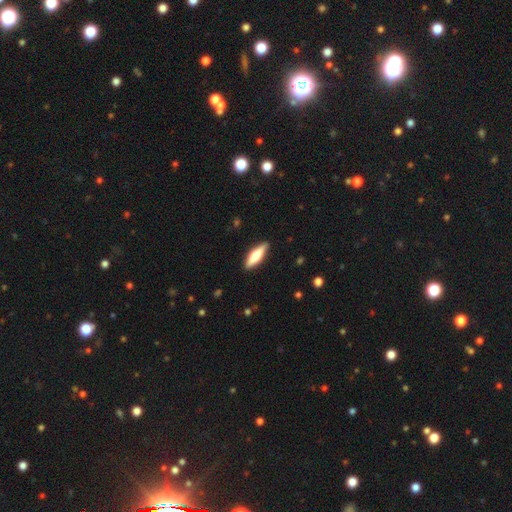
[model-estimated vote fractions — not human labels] Overall: smooth (61%; featured or disk 33%). How rounded: cigar-shaped (60%; in between 38%). Merging: none (88%).